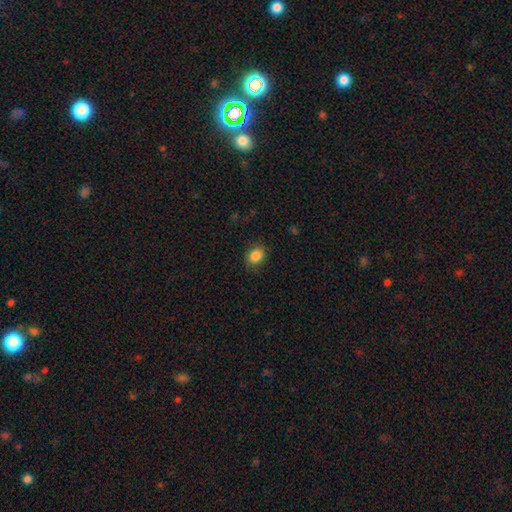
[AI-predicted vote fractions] smooth 86%, star or artifact 9%, featured or disk 5%. Down the decision tree: how rounded — in between (63%); merging — none (84%).